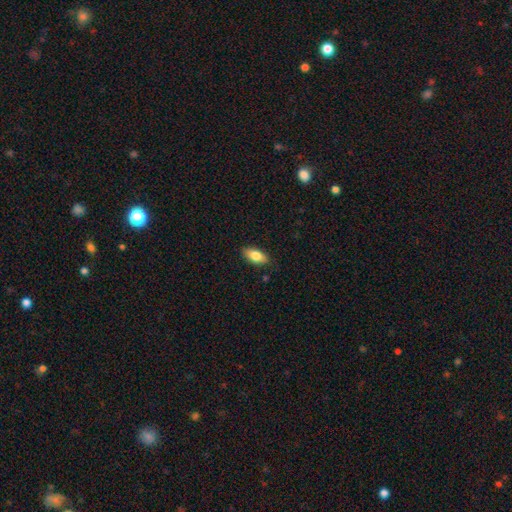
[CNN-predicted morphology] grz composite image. It shows a smooth galaxy with no disk features (81%) that is in between round and cigar-shaped (88%). Merging: none (85%).